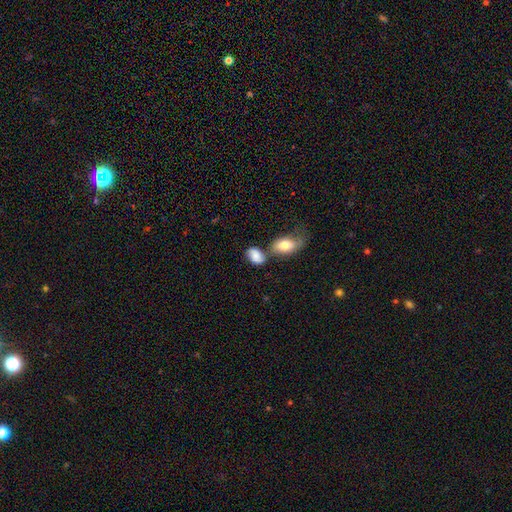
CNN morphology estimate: A smooth galaxy with no disk features (78%) that is in between round and cigar-shaped (85%).

Vote fractions:
- Smooth or featured? smooth: 78% / featured or disk: 14% / star or artifact: 8%
- How rounded? in between: 85% / round: 13% / cigar-shaped: 2%
- Merging? merger: 41% / none: 35% / minor disturbance: 16% / major disturbance: 8%